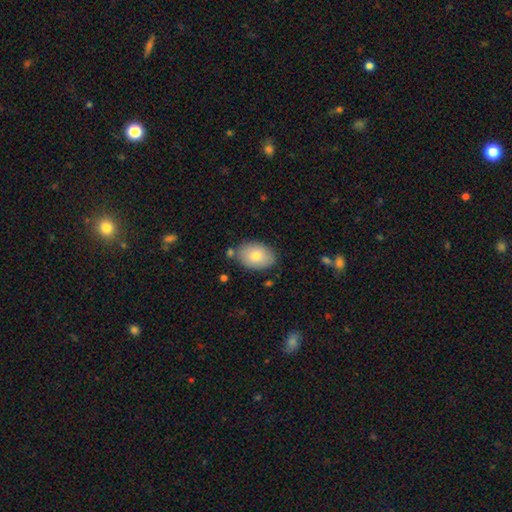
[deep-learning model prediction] This appears to be a smooth galaxy with no disk features (80%) that is in between round and cigar-shaped (86%). Merging: none (81%).